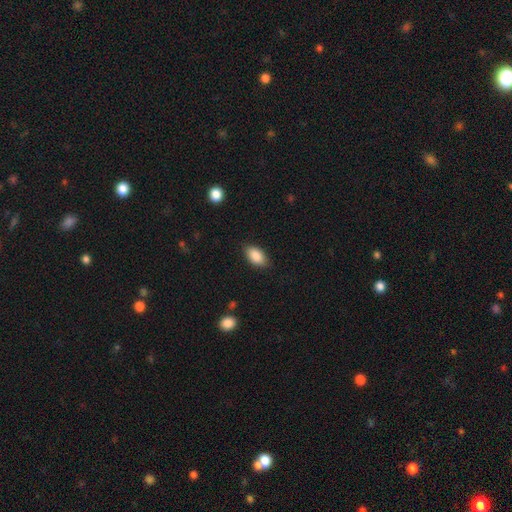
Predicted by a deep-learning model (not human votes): Q: Smooth or featured?
A: smooth (88%); runner-up: star or artifact (7%)
Q: How rounded?
A: in between (92%); runner-up: round (5%)
Q: Merging?
A: none (84%); runner-up: minor disturbance (12%)